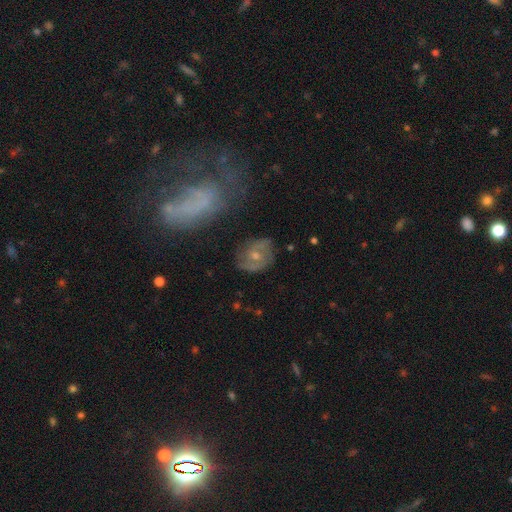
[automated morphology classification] Overall: featured or disk (67%). Edge-on disk: no (96%). Bar: no (59%; weak 33%). Spiral arms: yes (81%). Spiral arm count: 2 (65%). Spiral winding: tight (42%, tied with medium). Bulge size: moderate (56%; small 38%). Merging: none (72%).